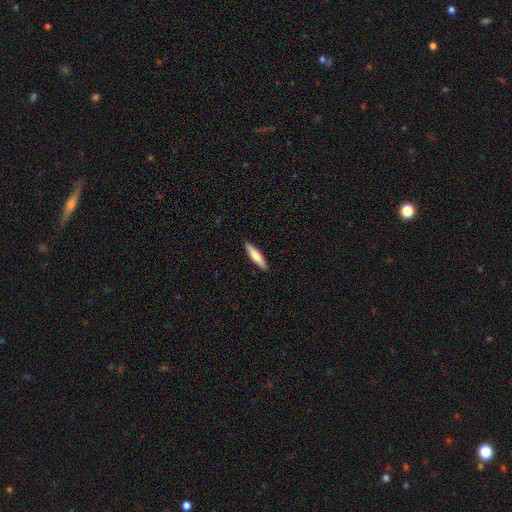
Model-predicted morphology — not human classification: A smooth galaxy with no disk features (74%) that is cigar-shaped (75%).

Vote fractions:
- Smooth or featured? smooth: 74% / featured or disk: 21% / star or artifact: 5%
- How rounded? cigar-shaped: 75% / in between: 23% / round: 1%
- Merging? none: 90% / minor disturbance: 7% / major disturbance: 2% / merger: 1%